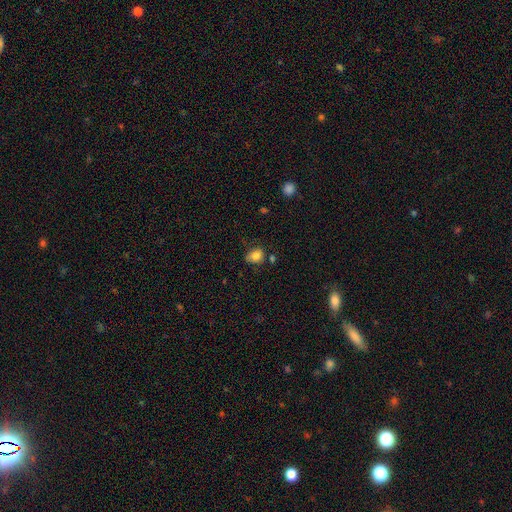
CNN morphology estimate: smooth 83%, star or artifact 10%, featured or disk 7%. Down the decision tree: how rounded — in between (57%); merging — none (65%).